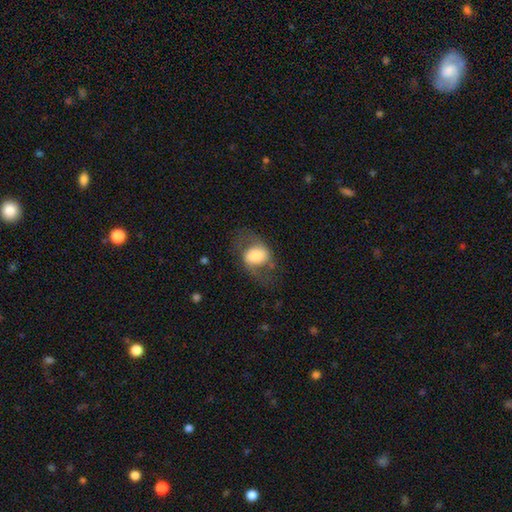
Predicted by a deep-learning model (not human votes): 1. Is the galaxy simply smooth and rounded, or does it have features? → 52% smooth, 40% featured or disk, 7% star or artifact.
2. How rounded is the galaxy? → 65% in between, 34% round, 1% cigar-shaped.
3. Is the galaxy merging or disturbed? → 58% none, 21% minor disturbance, 19% major disturbance, 2% merger.